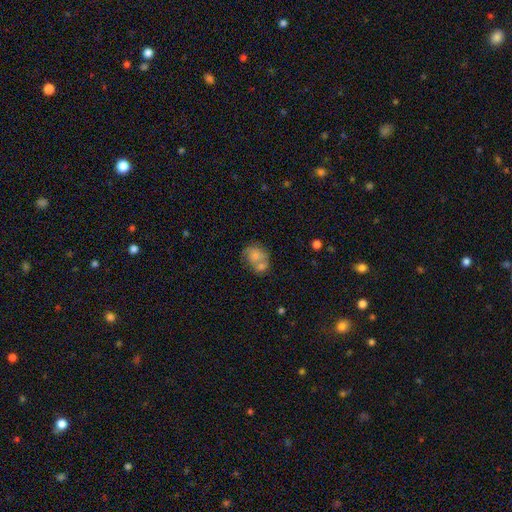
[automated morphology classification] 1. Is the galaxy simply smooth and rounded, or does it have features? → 64% smooth, 27% featured or disk, 9% star or artifact.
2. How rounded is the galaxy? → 51% round, 48% in between, 1% cigar-shaped.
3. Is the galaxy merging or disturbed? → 47% merger, 28% none, 15% minor disturbance, 9% major disturbance.